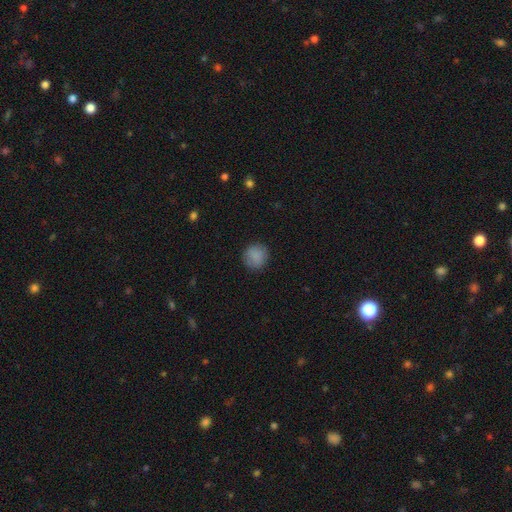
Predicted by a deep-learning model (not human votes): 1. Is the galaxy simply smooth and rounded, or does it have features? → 87% smooth, 8% star or artifact, 5% featured or disk.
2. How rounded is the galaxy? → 92% round, 7% in between, 1% cigar-shaped.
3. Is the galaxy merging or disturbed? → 88% none, 9% minor disturbance, 2% major disturbance, 1% merger.